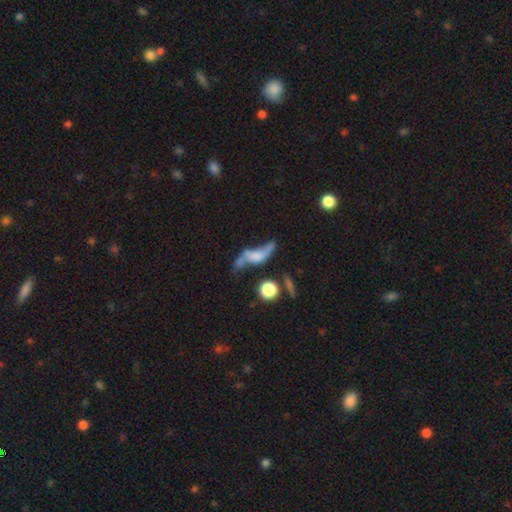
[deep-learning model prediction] smooth-or-featured: featured or disk: 65% | smooth: 25% | star or artifact: 10%
  disk-edge-on: no: 80% | yes: 20%
    bar: no: 64% | weak: 25% | strong: 11%
    has-spiral-arms: yes: 76% | no: 24%
    bulge-size: none: 46% | small: 21% | moderate: 19% | large: 10% | dominant: 4%
  merging: none: 38% | major disturbance: 23% | minor disturbance: 20% | merger: 19%